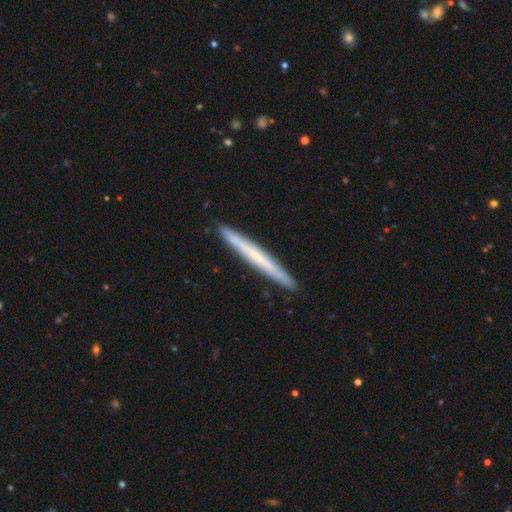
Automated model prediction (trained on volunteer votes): Smooth or featured? Predicted: smooth (p=0.50). How rounded? Predicted: cigar-shaped (p=0.97). Merging? Predicted: none (p=0.92).